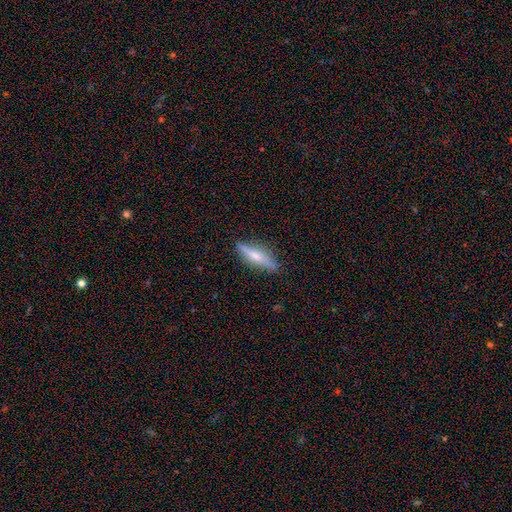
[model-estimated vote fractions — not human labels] Overall: smooth (48%; featured or disk 46%). Merging: none (85%).